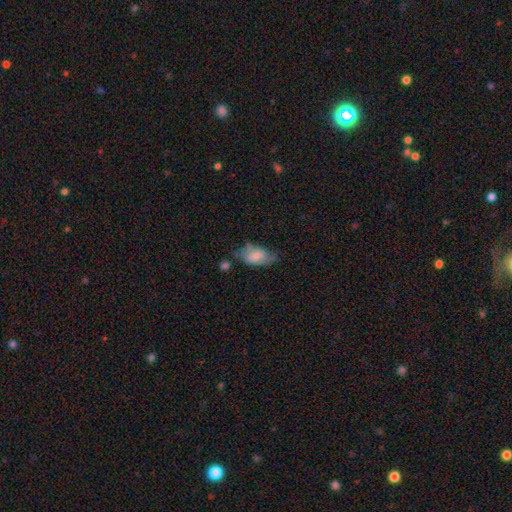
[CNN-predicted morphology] Smooth or featured?
  - smooth: 71% *
  - featured or disk: 22%
  - star or artifact: 7%
How rounded?
  - in between: 91% *
  - round: 5%
  - cigar-shaped: 4%
Merging?
  - none: 47% *
  - minor disturbance: 34%
  - major disturbance: 12%
  - merger: 7%